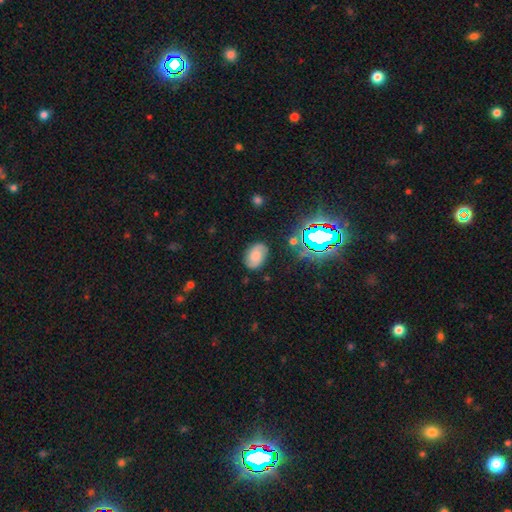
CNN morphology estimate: smooth-or-featured: smooth: 43% (tied) | featured or disk: 43% (tied) | star or artifact: 14%
  merging: none: 78% | minor disturbance: 16% | major disturbance: 5% | merger: 2%